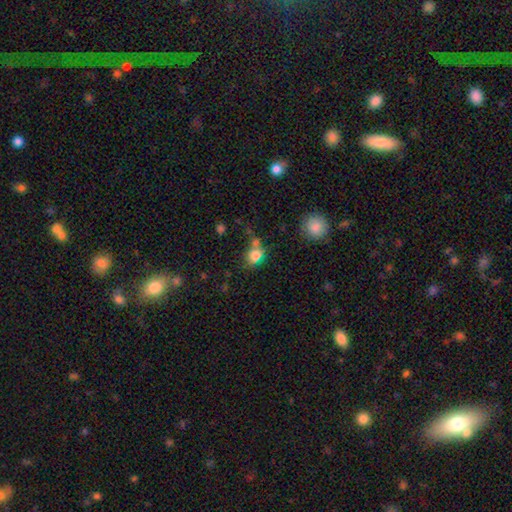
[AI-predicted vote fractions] This appears to be a smooth galaxy with no disk features (80%) that is round (55%). Merging: none (50%).